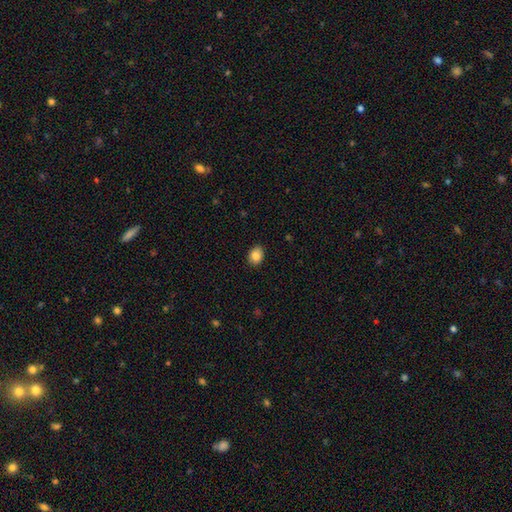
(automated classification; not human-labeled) This is clearly a smooth galaxy (85%). How rounded: possibly in between (58%). Merging: clearly none (88%).